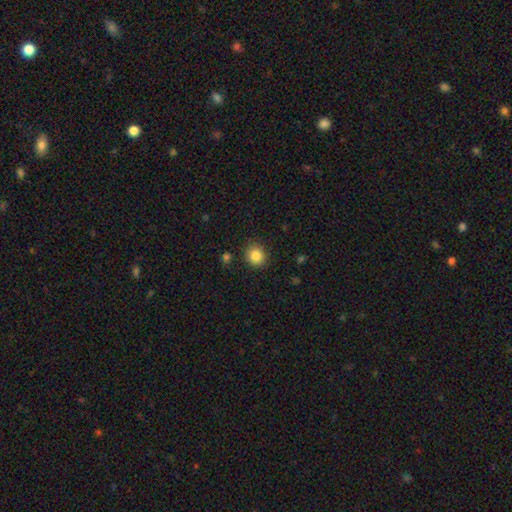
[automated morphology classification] smooth 85%, star or artifact 10%, featured or disk 5%. Down the decision tree: how rounded — round (86%); merging — none (88%).